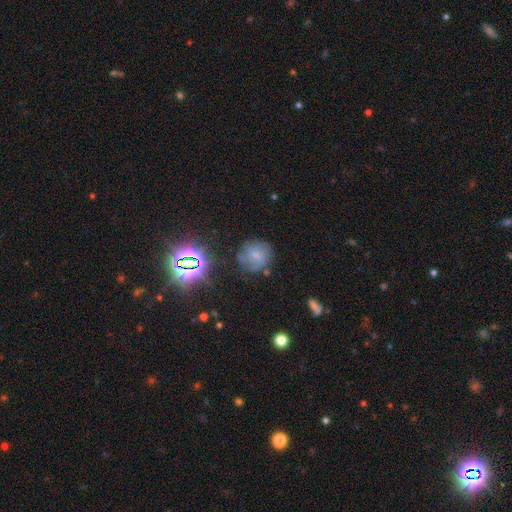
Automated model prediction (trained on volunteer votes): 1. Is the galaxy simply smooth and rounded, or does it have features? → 51% smooth, 29% featured or disk, 20% star or artifact.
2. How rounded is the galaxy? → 84% round, 15% in between, 1% cigar-shaped.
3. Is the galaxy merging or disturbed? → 66% none, 21% minor disturbance, 9% major disturbance, 4% merger.